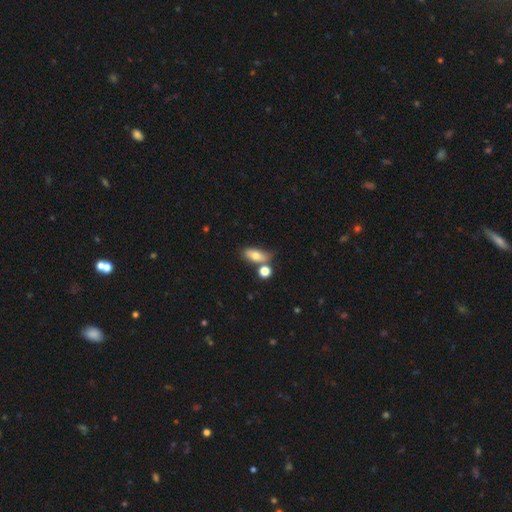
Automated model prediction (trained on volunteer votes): A smooth galaxy with no disk features (73%) that is in between round and cigar-shaped (79%).

Vote fractions:
- Smooth or featured? smooth: 73% / featured or disk: 18% / star or artifact: 9%
- How rounded? in between: 79% / cigar-shaped: 12% / round: 8%
- Merging? none: 53% / merger: 23% / minor disturbance: 18% / major disturbance: 6%